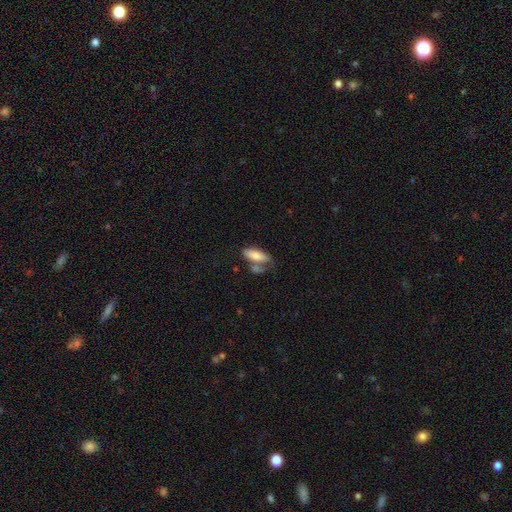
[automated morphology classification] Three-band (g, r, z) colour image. It shows a smooth galaxy with no disk features (78%) that is in between round and cigar-shaped (76%). Merging: none (44%).